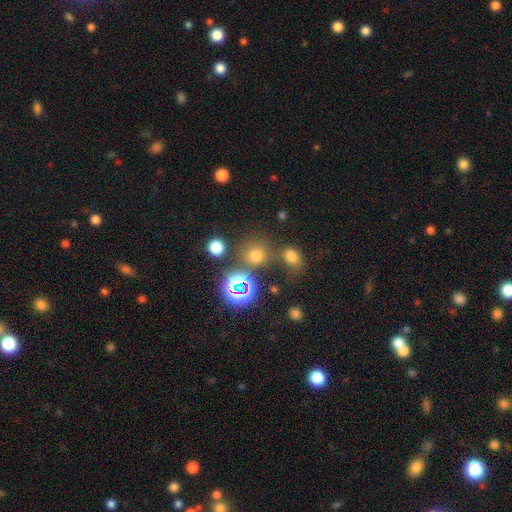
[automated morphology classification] This appears to be a smooth galaxy with no disk features (66%) that is round (85%). Merging: none (69%).